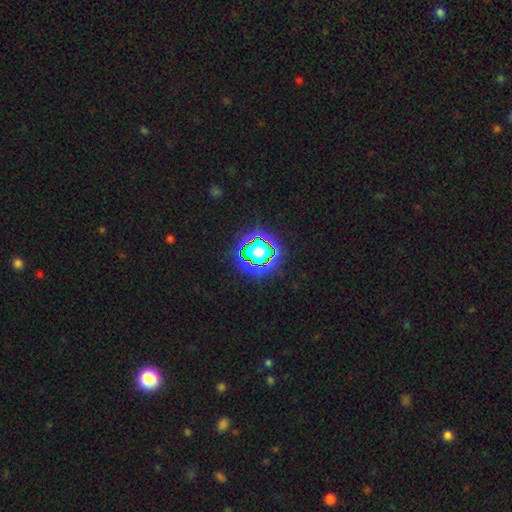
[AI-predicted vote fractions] Overall: star or artifact (81%).